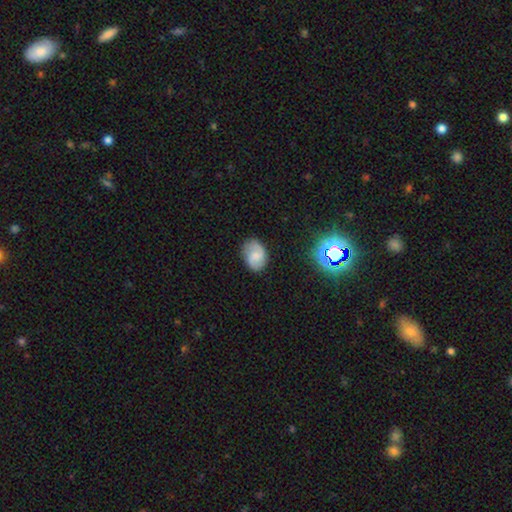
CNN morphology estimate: Smooth or featured?
  - smooth: 47% *
  - featured or disk: 43%
  - star or artifact: 10%
Merging?
  - none: 72% *
  - minor disturbance: 20%
  - major disturbance: 6%
  - merger: 2%